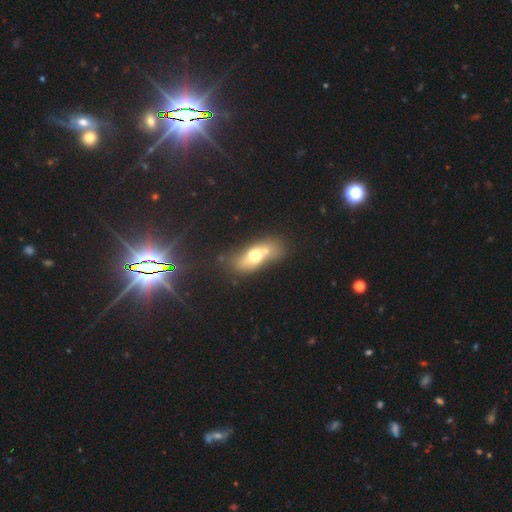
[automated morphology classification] Smooth or featured: smooth — 55% (featured or disk — 35%)
How rounded: in between — 76% (cigar-shaped — 13%)
Merging: none — 41% (merger — 35%)